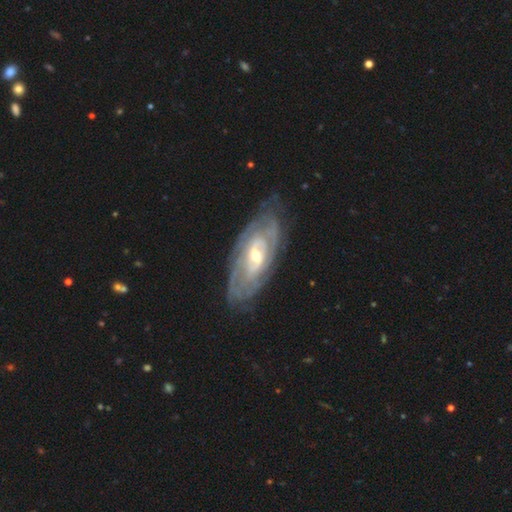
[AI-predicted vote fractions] Smooth or featured? featured or disk (84%)
Edge-on disk? no (90%)
Bar? no (49%)
Spiral arms? yes (88%)
Spiral winding? tight (77%)
Spiral arm count? can't tell (55%)
Bulge size? moderate (51%)
Merging? none (76%)